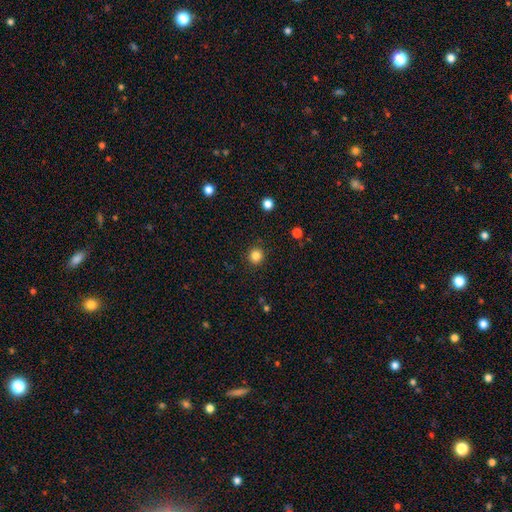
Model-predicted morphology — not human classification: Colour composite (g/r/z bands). It shows a smooth galaxy with no disk features (84%) that is round (93%). Merging: none (91%).